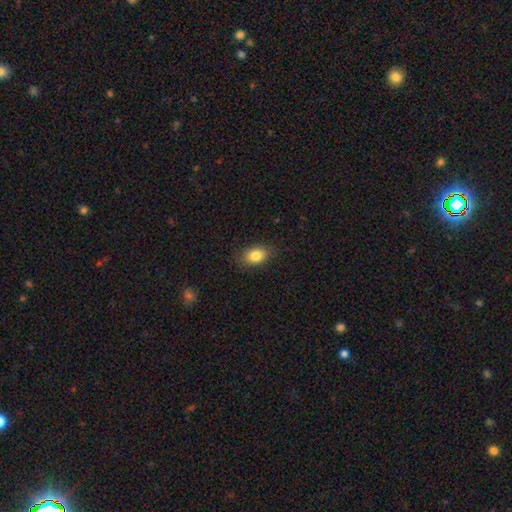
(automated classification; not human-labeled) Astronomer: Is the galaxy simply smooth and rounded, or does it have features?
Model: smooth — 84%.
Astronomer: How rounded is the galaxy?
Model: in between — 80%.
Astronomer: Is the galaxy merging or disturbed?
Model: none — 84%.